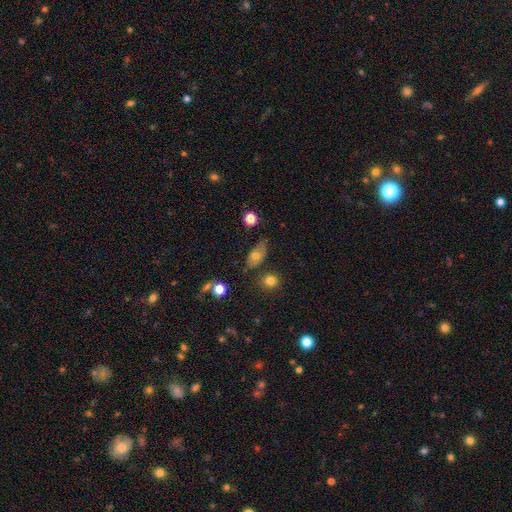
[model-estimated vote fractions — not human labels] Smooth or featured: smooth — 64% (featured or disk — 27%)
How rounded: in between — 85% (round — 11%)
Merging: none — 53% (minor disturbance — 32%)